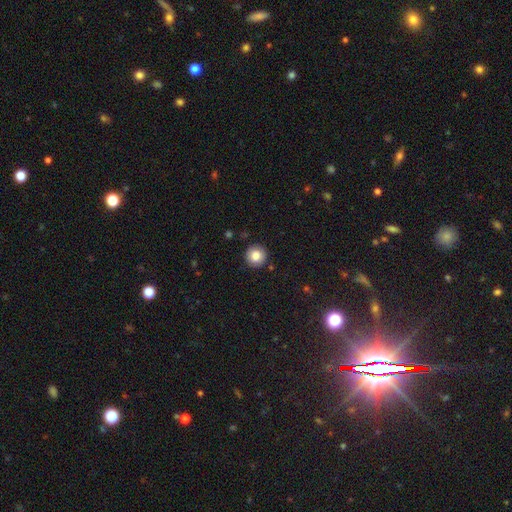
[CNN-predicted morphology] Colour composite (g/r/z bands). It shows a smooth galaxy with no disk features (84%) that is round (95%). Merging: none (90%).